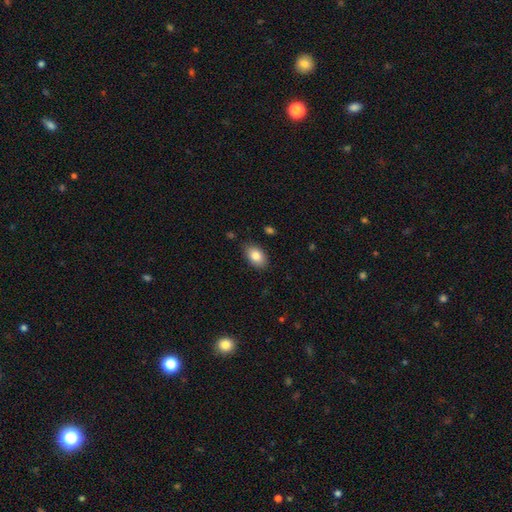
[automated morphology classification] The model was most divided on "smooth or featured": smooth: 82%, featured or disk: 10%, star or artifact: 8%. More confident: how rounded — in between (88%); merging — none (85%).